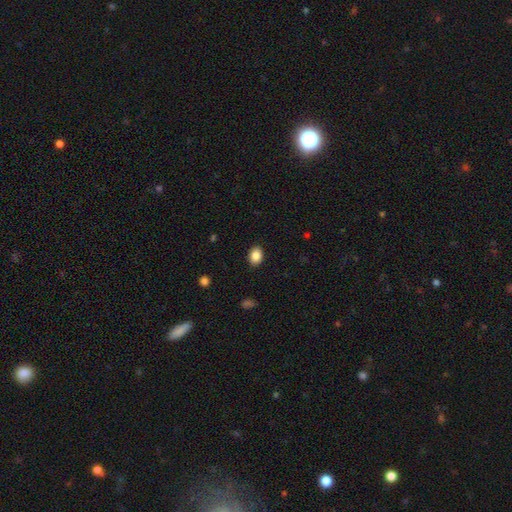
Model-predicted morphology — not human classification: type=smooth (87%); roundness=in between (69%); merging=none (89%).